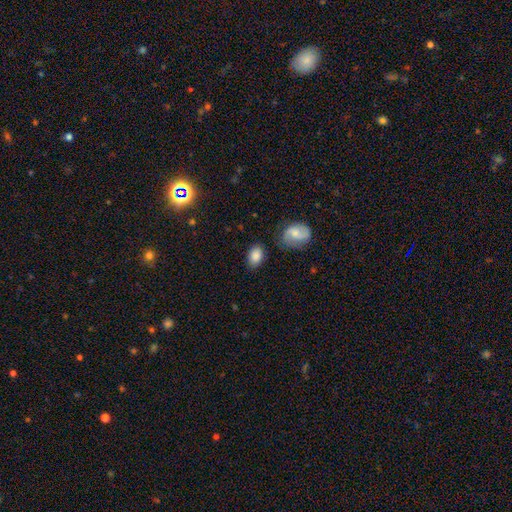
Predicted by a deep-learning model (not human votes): A smooth galaxy with no disk features (85%) that is in between round and cigar-shaped (84%). Merging: none (78%).